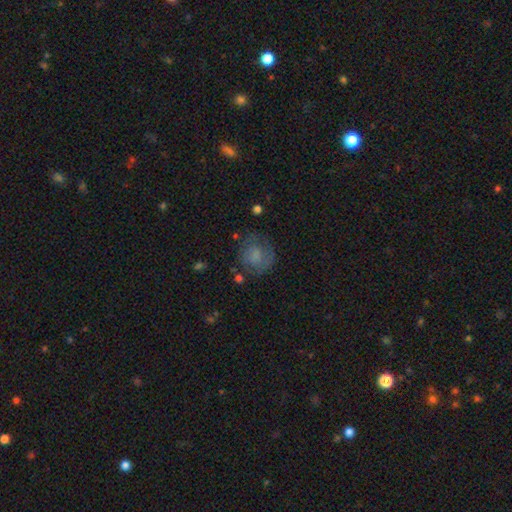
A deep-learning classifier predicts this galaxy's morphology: Smooth or featured? Predicted: smooth (p=0.60). How rounded? Predicted: round (p=0.79). Merging? Predicted: none (p=0.61).